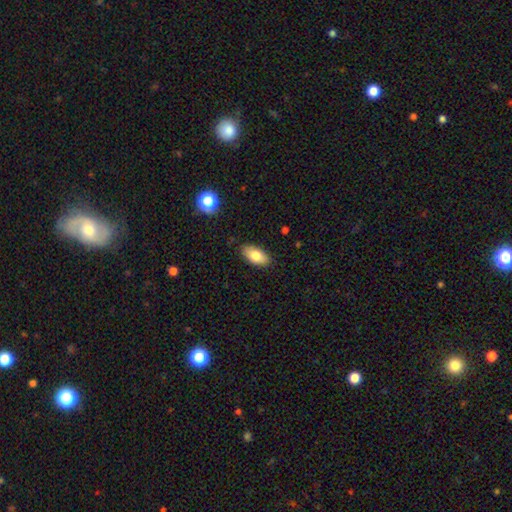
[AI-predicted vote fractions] Smooth or featured? smooth (79%)
How rounded? in between (92%)
Merging? none (86%)